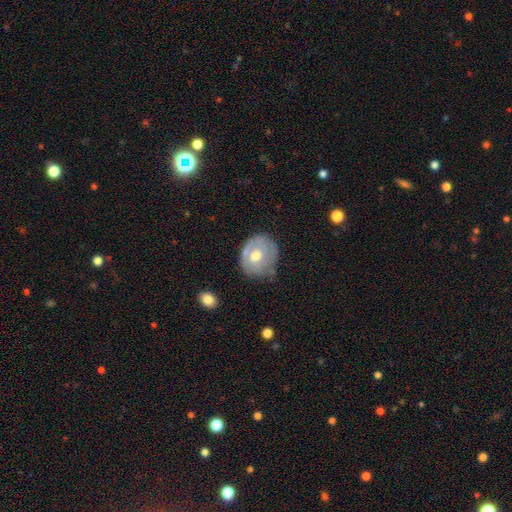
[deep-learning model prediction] Smooth or featured?
  - featured or disk: 49% *
  - smooth: 45%
  - star or artifact: 6%
Merging?
  - none: 64% *
  - minor disturbance: 24%
  - major disturbance: 8%
  - merger: 3%